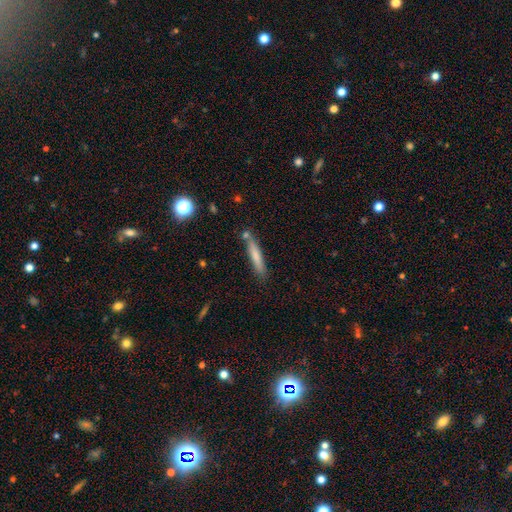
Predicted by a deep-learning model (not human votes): This is likely a smooth galaxy (70%). How rounded: clearly cigar-shaped (92%). Merging: likely none (77%).